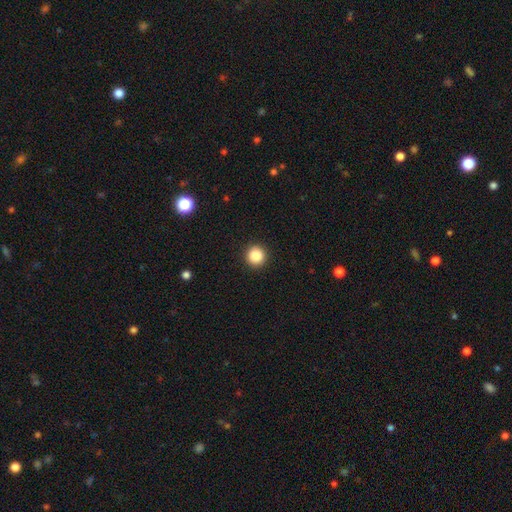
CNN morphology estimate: Smooth or featured? smooth (87%)
How rounded? round (95%)
Merging? none (93%)